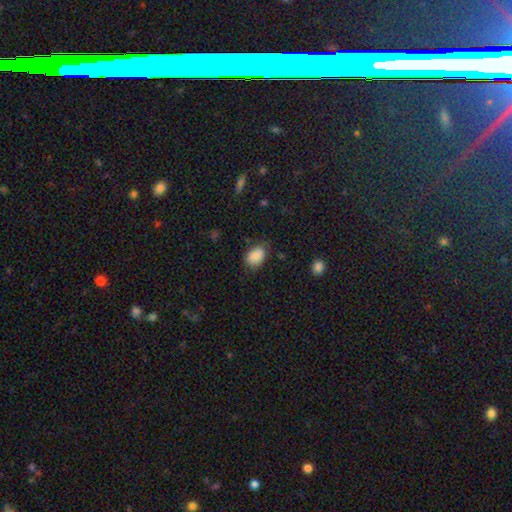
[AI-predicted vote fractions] A smooth galaxy with no disk features (87%) that is in between round and cigar-shaped (80%).

Vote fractions:
- Smooth or featured? smooth: 87% / star or artifact: 8% / featured or disk: 5%
- How rounded? in between: 80% / round: 19% / cigar-shaped: 1%
- Merging? none: 72% / minor disturbance: 22% / major disturbance: 5% / merger: 2%